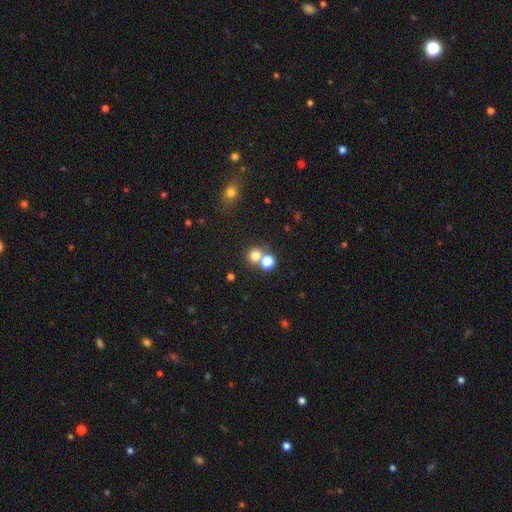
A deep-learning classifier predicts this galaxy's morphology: type=smooth (75%); roundness=round (86%); merging=none (56%).